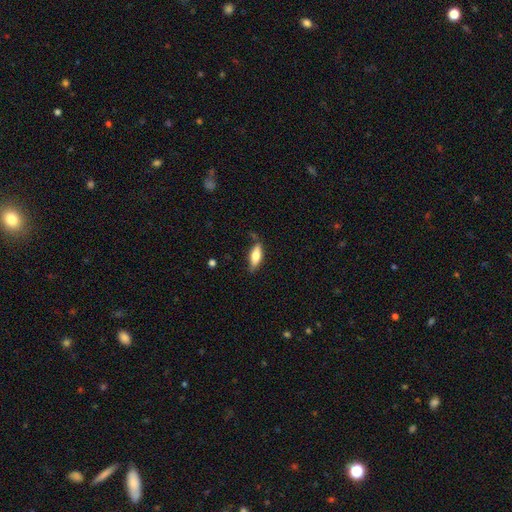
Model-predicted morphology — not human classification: Smooth or featured?
  - smooth: 70% *
  - featured or disk: 24%
  - star or artifact: 6%
How rounded?
  - in between: 67% *
  - cigar-shaped: 31%
  - round: 2%
Merging?
  - none: 73% *
  - minor disturbance: 21%
  - major disturbance: 4%
  - merger: 3%